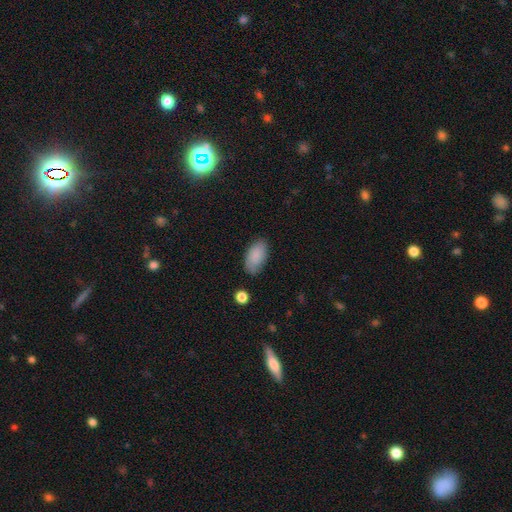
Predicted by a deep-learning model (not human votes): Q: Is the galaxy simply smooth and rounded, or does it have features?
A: smooth — 87%.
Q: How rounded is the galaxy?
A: in between — 94%.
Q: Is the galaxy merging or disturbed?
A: none — 79%.